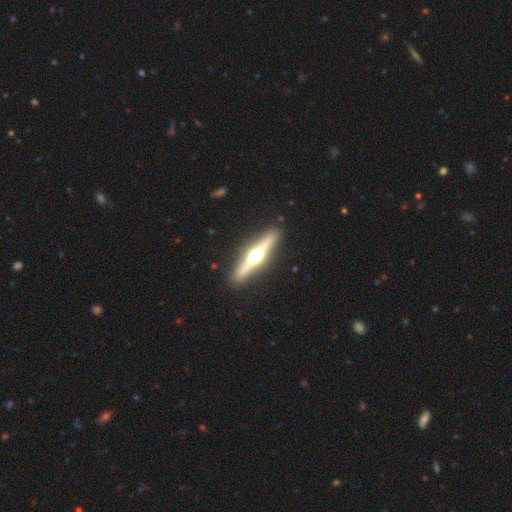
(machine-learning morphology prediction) A featured or disk galaxy (77%) viewed edge-on (97%) with a rounded central bulge (96%). Merging: none (91%).